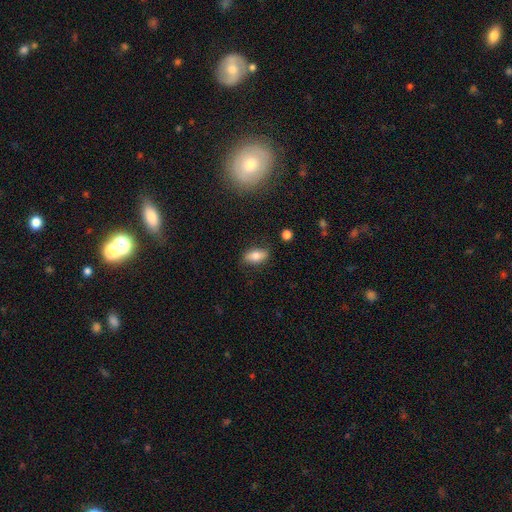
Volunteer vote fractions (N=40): Smooth or featured? 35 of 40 (88%) said smooth. How rounded? 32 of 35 (91%) said in between. Merging? 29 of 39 (74%) said none.